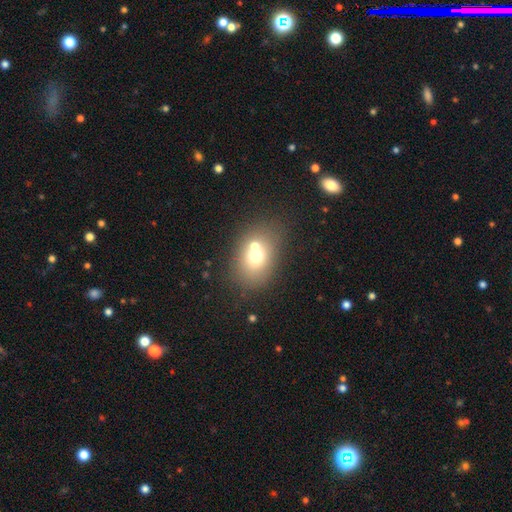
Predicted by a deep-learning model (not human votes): smooth 65%, featured or disk 21%, star or artifact 13%. Down the decision tree: how rounded — in between (61%); merging — none (49%).